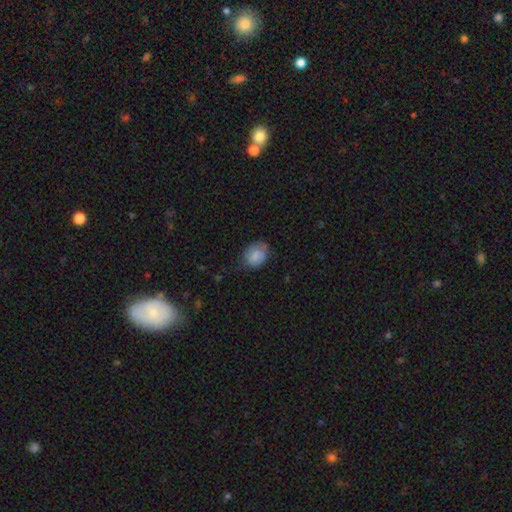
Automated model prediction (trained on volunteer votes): This appears to be a smooth galaxy with no disk features (74%) that is round (52%). Merging: none (56%).